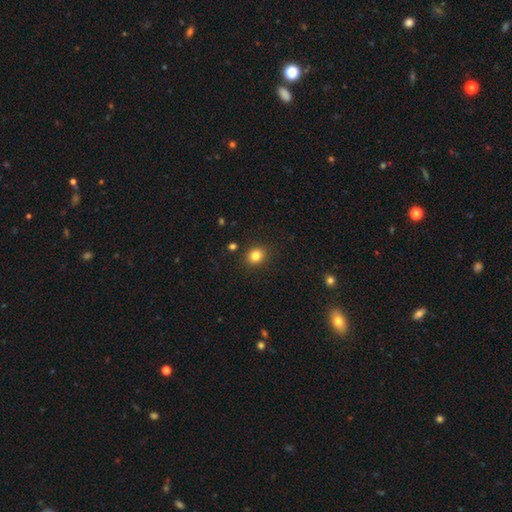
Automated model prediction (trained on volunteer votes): This is clearly a smooth galaxy (83%). How rounded: likely round (69%). Merging: clearly none (89%).